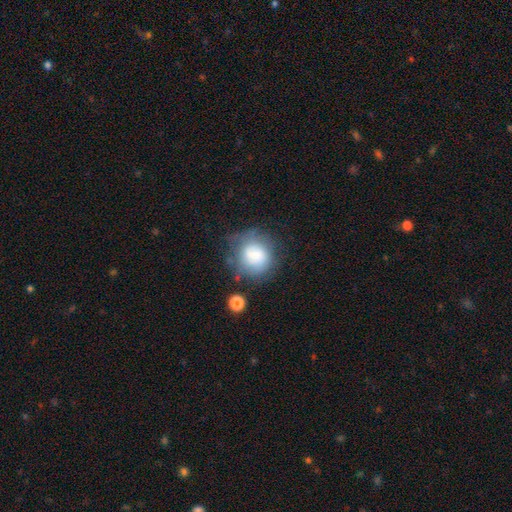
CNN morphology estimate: The model was most divided on "merging": none: 55%, minor disturbance: 23%, major disturbance: 15%, merger: 6%. More confident: how rounded — round (82%); smooth or featured — smooth (68%).